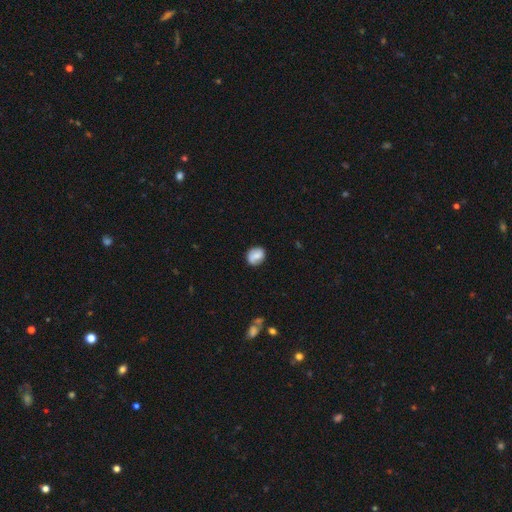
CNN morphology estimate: Q: Smooth or featured?
A: smooth (66%); runner-up: featured or disk (25%)
Q: How rounded?
A: round (61%); runner-up: in between (38%)
Q: Merging?
A: none (78%); runner-up: minor disturbance (16%)